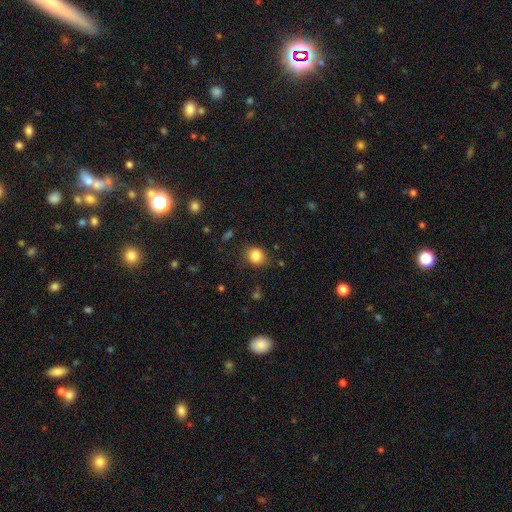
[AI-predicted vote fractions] Smooth or featured: smooth — 84% (star or artifact — 11%)
How rounded: round — 74% (in between — 26%)
Merging: none — 81% (minor disturbance — 13%)